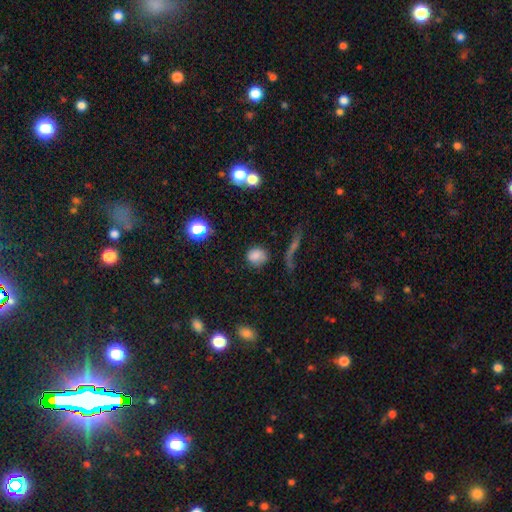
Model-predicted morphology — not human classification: smooth-or-featured: smooth: 74% | star or artifact: 14% | featured or disk: 12%
  how-rounded: round: 73% | in between: 25% | cigar-shaped: 2%
  merging: none: 65% | minor disturbance: 18% | major disturbance: 11% | merger: 6%